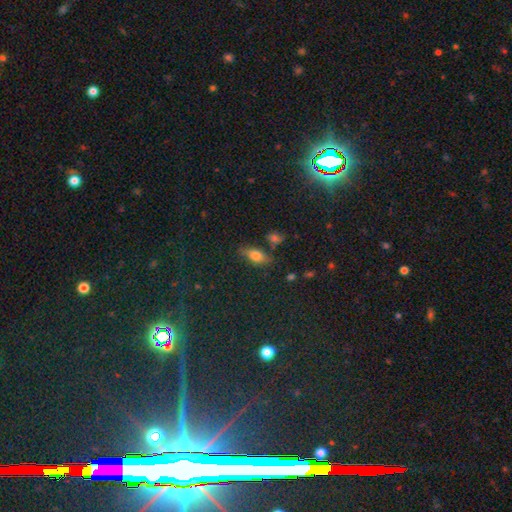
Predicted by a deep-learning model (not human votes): Smooth or featured? Predicted: smooth (p=0.65). How rounded? Predicted: in between (p=0.74). Merging? Predicted: none (p=0.70).